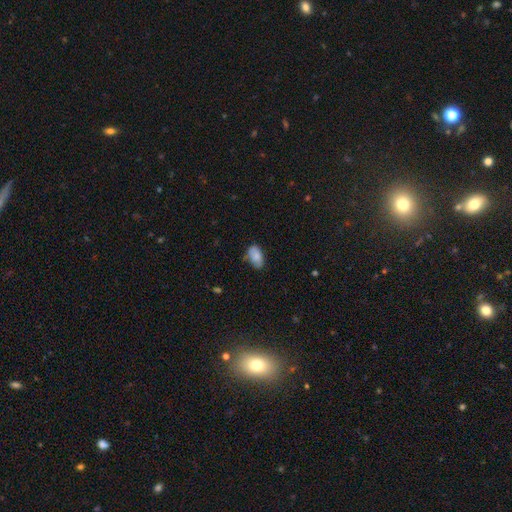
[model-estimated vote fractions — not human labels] The model was most divided on "merging": none: 64%, minor disturbance: 27%, major disturbance: 5%, merger: 4%. More confident: how rounded — in between (93%); smooth or featured — smooth (82%).